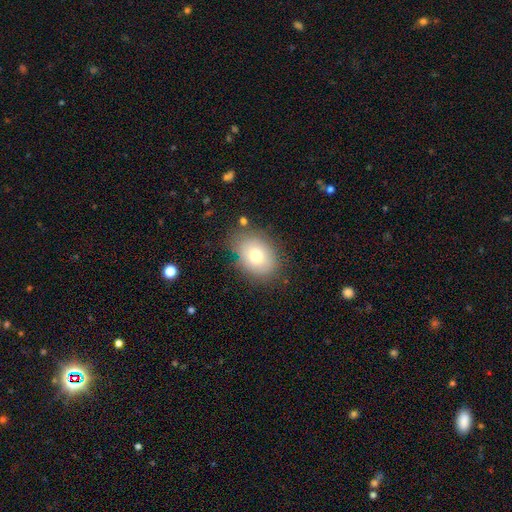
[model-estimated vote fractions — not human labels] This appears to be a smooth galaxy with no disk features (73%) that is in between round and cigar-shaped (64%). Merging: none (75%).